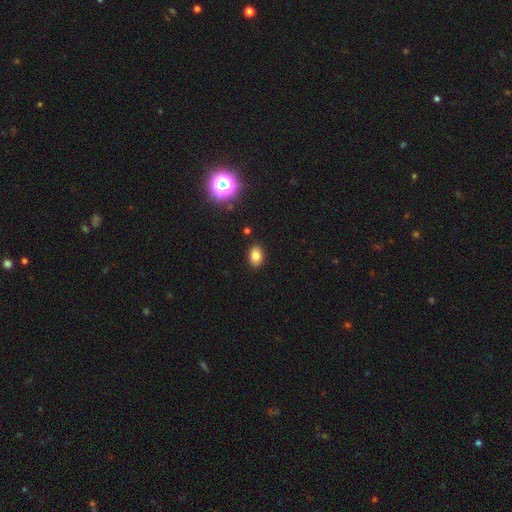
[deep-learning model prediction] Smooth or featured: smooth — 80% (star or artifact — 12%)
How rounded: in between — 80% (round — 19%)
Merging: none — 89% (minor disturbance — 8%)